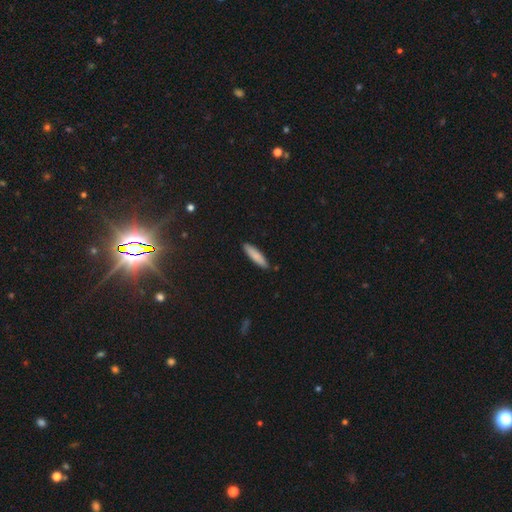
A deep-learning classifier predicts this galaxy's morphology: Smooth or featured? smooth (83%)
How rounded? cigar-shaped (76%)
Merging? none (88%)